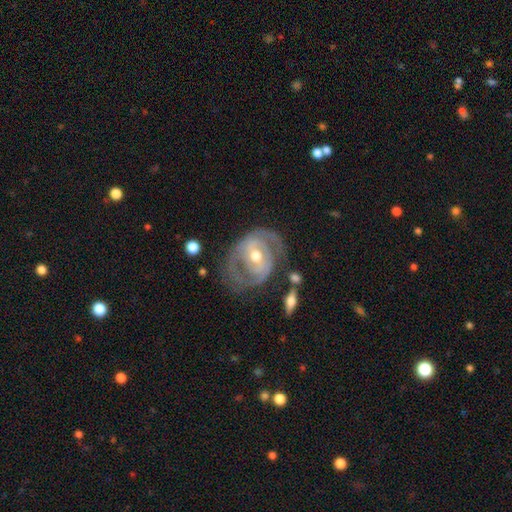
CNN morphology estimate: This appears to be a featured or disk galaxy (85%) with a weak bar (39%), 2 (66%) tight (52%) spiral arms (87%) and a moderate central bulge (70%). Merging: none (61%).